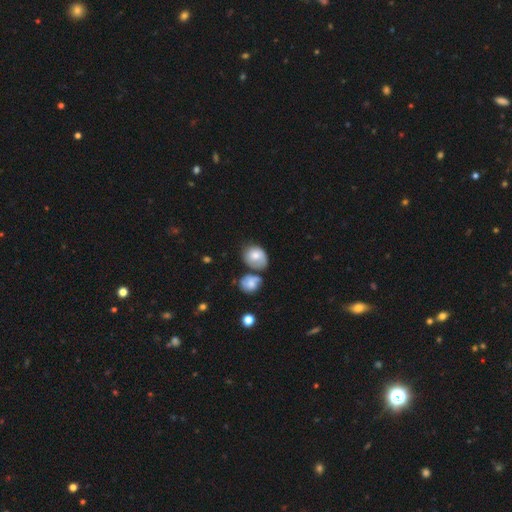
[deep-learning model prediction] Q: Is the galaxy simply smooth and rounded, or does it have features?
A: smooth — 73%.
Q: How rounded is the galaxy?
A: in between — 50%.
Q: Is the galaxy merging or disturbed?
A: none — 36%.